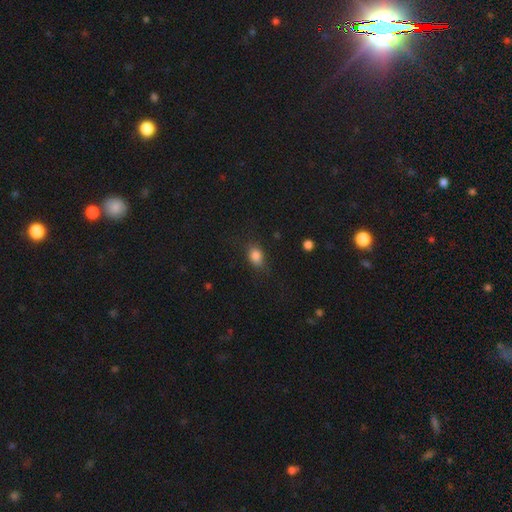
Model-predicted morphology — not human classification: smooth-or-featured: smooth: 84% | star or artifact: 10% | featured or disk: 6%
  how-rounded: in between: 71% | round: 27% | cigar-shaped: 2%
  merging: none: 78% | minor disturbance: 15% | major disturbance: 5% | merger: 1%